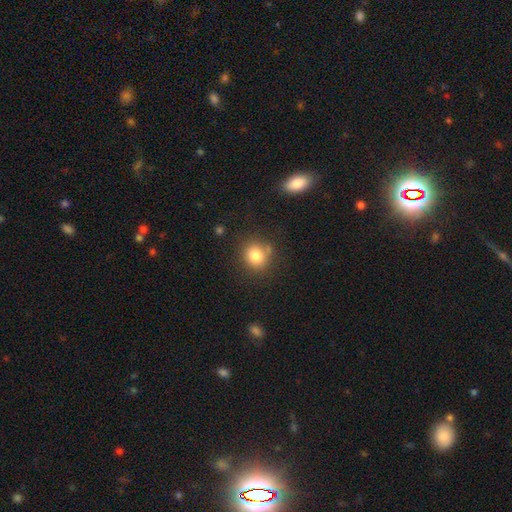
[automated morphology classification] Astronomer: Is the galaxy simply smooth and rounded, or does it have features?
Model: smooth — 81%.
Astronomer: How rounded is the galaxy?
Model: round — 83%.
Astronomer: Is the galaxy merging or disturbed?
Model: none — 76%.